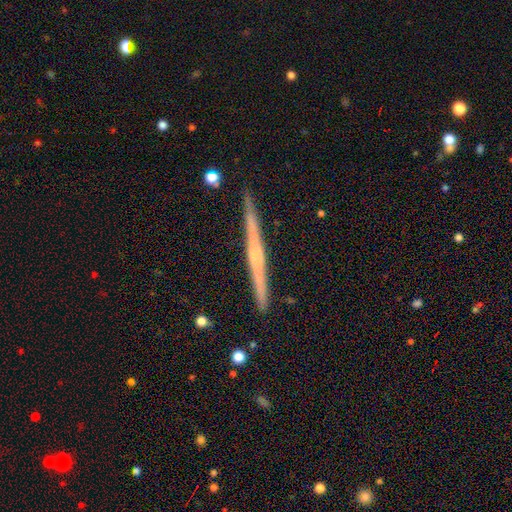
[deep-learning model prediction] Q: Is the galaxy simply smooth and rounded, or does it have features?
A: featured or disk — 70%.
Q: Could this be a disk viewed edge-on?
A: yes — 98%.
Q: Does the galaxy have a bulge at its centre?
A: none — 46%.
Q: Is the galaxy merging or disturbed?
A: none — 91%.